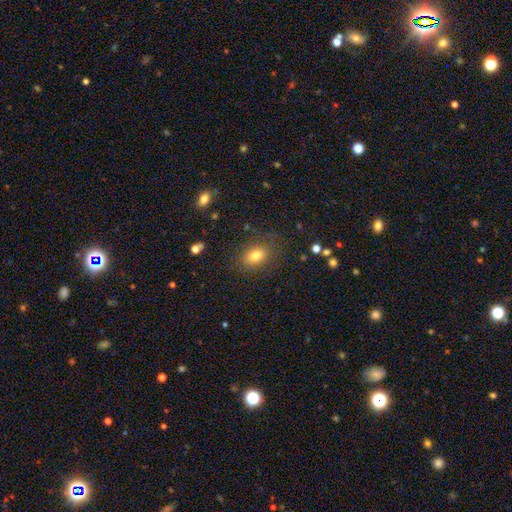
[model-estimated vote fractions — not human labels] This appears to be a smooth galaxy with no disk features (79%) that is in between round and cigar-shaped (75%). Merging: none (81%).